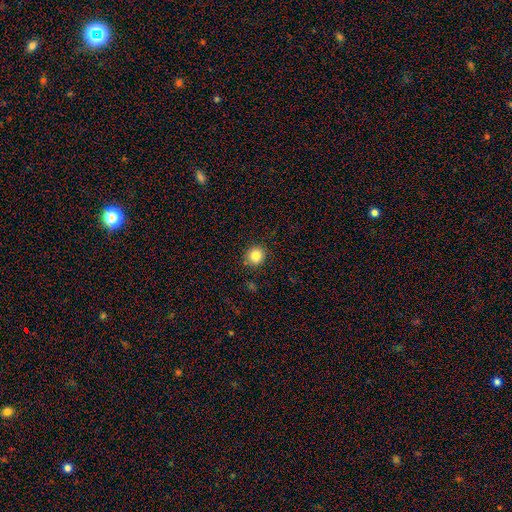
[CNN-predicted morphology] Smooth or featured?
  - smooth: 83% *
  - star or artifact: 11%
  - featured or disk: 6%
How rounded?
  - round: 89% *
  - in between: 10%
  - cigar-shaped: 1%
Merging?
  - none: 89% *
  - minor disturbance: 8%
  - major disturbance: 2%
  - merger: 1%